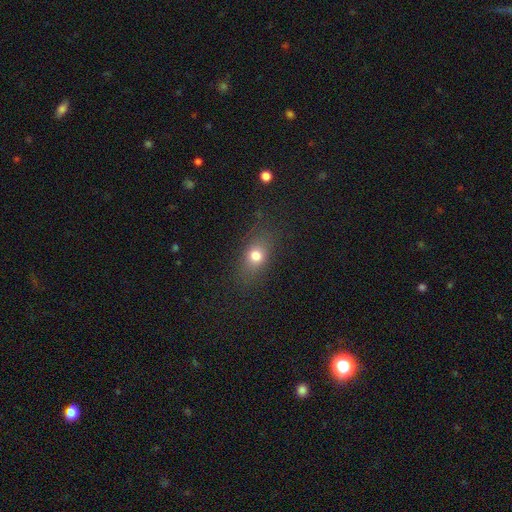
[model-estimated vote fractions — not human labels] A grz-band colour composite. It shows a smooth galaxy with no disk features (74%) that is in between round and cigar-shaped (62%). Merging: none (79%).